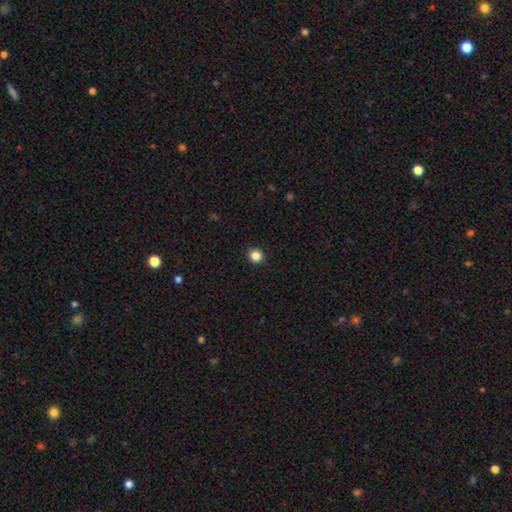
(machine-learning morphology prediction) smooth 85%, star or artifact 11%, featured or disk 4%. Down the decision tree: how rounded — round (92%); merging — none (93%).